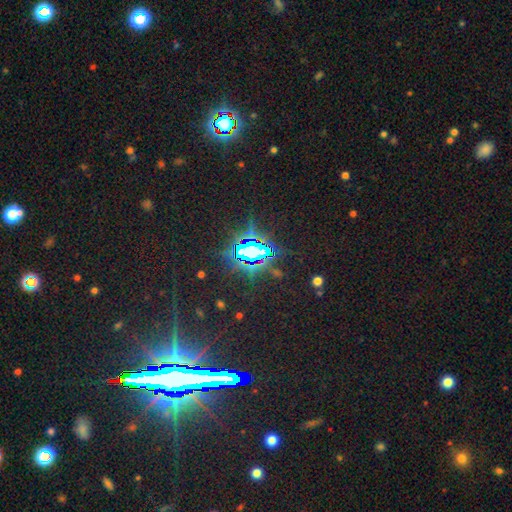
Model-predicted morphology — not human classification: star or artifact 81%, featured or disk 9%, smooth 9%.